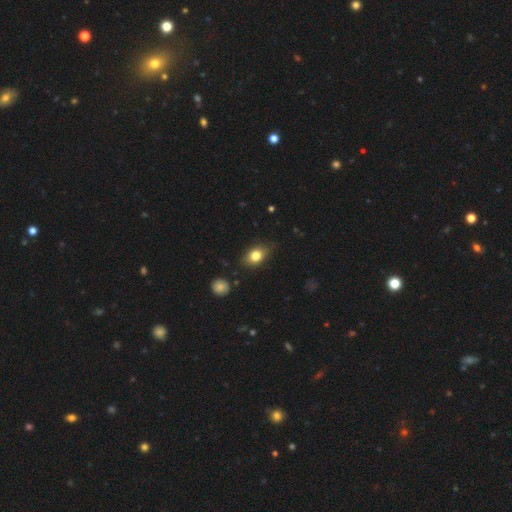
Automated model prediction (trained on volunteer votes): Morphology: type=smooth (79%); roundness=in between (73%); merging=none (78%).